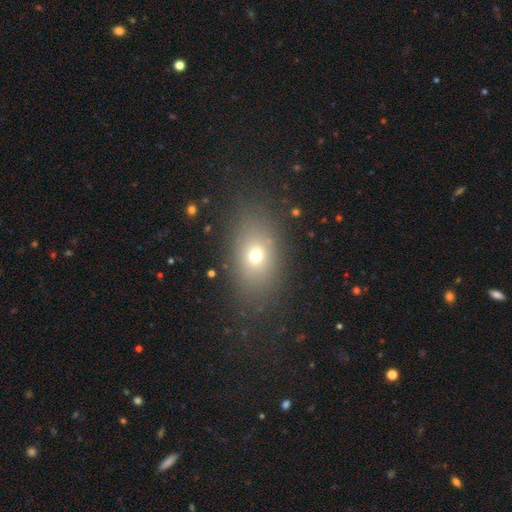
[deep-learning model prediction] Smooth or featured: smooth — 67% (star or artifact — 17%)
How rounded: in between — 74% (round — 24%)
Merging: none — 79% (minor disturbance — 12%)